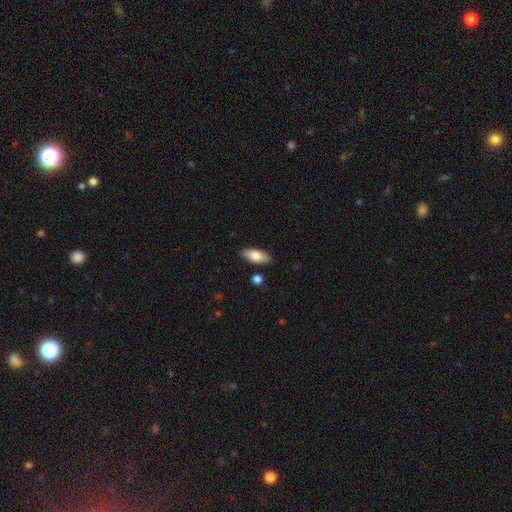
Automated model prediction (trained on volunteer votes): Smooth or featured? smooth (78%)
How rounded? in between (83%)
Merging? none (87%)